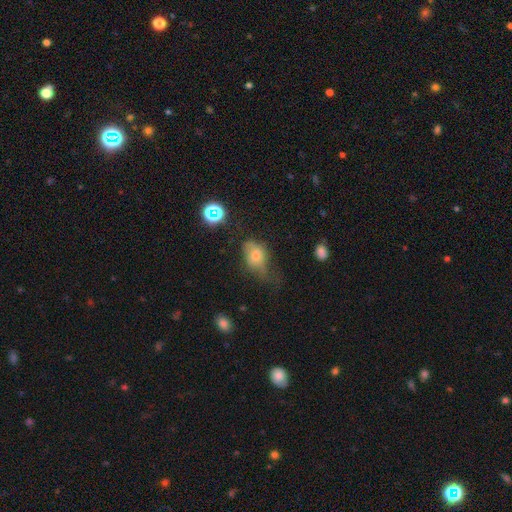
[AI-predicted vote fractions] A smooth galaxy with no disk features (64%) that is in between round and cigar-shaped (74%). Merging: minor disturbance (34%).